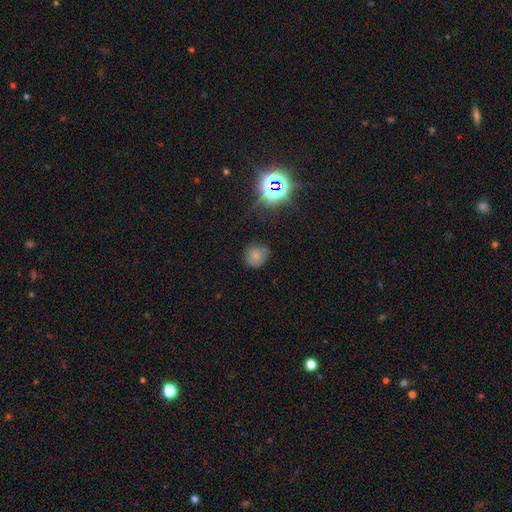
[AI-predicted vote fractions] Morphology: type=smooth (68%); roundness=round (87%); merging=none (71%).